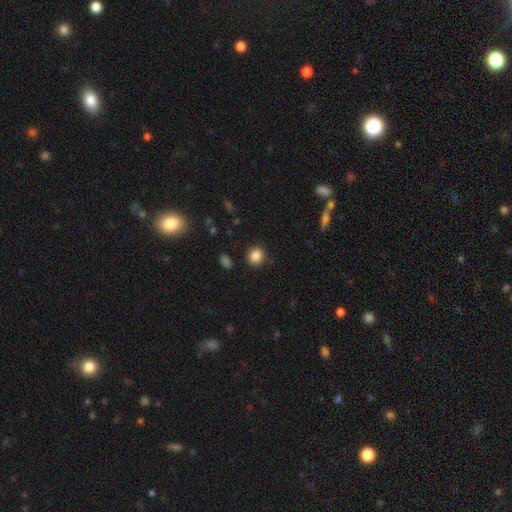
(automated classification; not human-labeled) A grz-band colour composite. It shows a smooth galaxy with no disk features (85%) that is round (85%). Merging: none (88%).